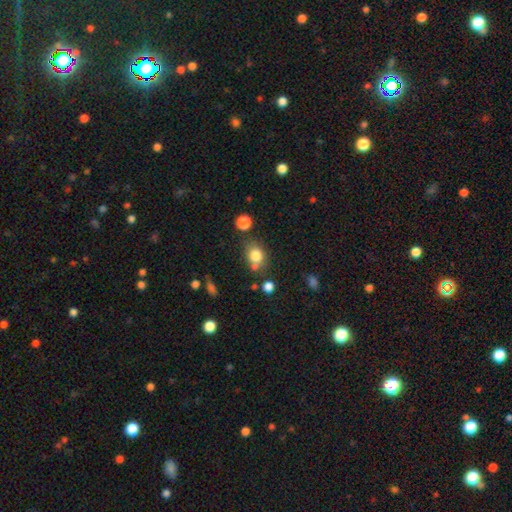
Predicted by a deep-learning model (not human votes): This is likely a smooth galaxy (79%). How rounded: possibly round (59%). Merging: likely none (60%).